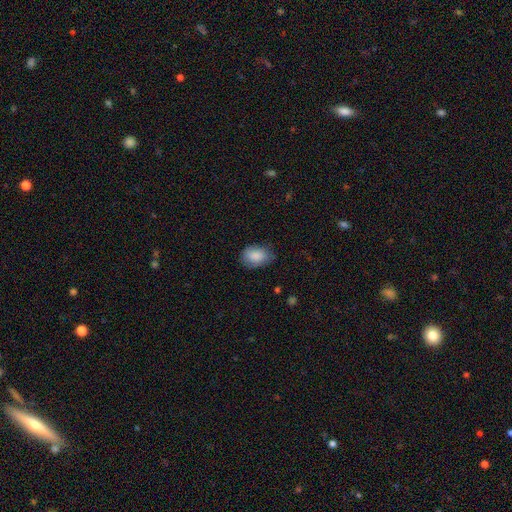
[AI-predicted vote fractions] Smooth or featured: smooth — 86% (featured or disk — 7%)
How rounded: in between — 81% (round — 18%)
Merging: none — 68% (minor disturbance — 25%)